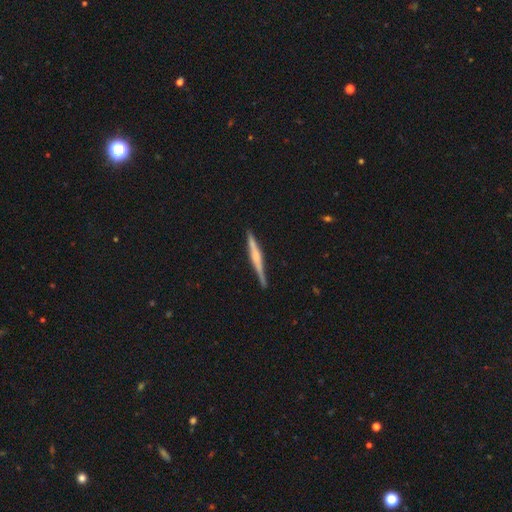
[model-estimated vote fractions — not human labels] featured or disk 68%, smooth 27%, star or artifact 6%. Down the decision tree: edge-on disk — yes (98%); edge-on bulge — rounded (44%); merging — none (89%).